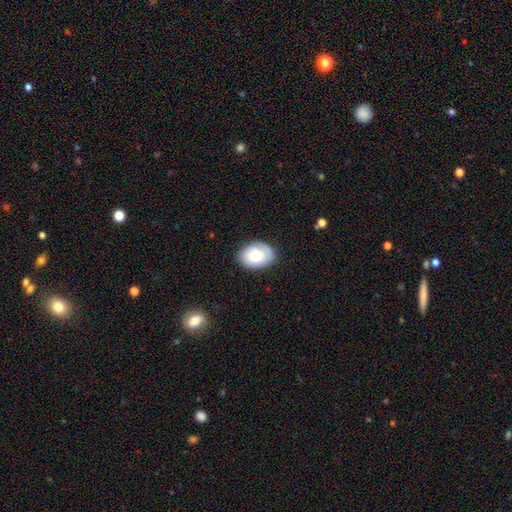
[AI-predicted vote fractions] Overall: smooth (65%; featured or disk 28%). How rounded: in between (73%). Merging: none (79%).